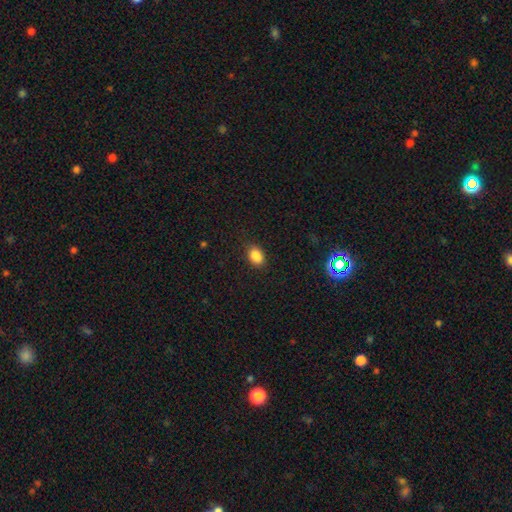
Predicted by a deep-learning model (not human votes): smooth-or-featured: smooth: 86% | star or artifact: 10% | featured or disk: 4%
  how-rounded: in between: 79% | round: 19% | cigar-shaped: 1%
  merging: none: 81% | minor disturbance: 15% | major disturbance: 3% | merger: 1%